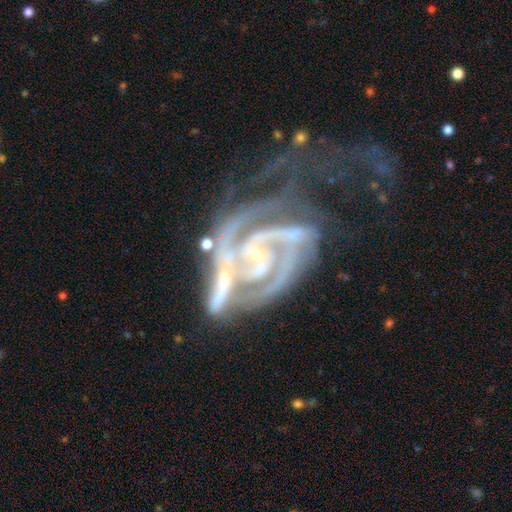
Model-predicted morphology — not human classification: smooth_or_featured: featured or disk (p=0.91) [alt: star or artifact p=0.05]
disk_edge_on: no (p=0.97) [alt: yes p=0.03]
bar: no (p=0.49) [alt: weak p=0.31]
has_spiral_arms: yes (p=0.97) [alt: no p=0.03]
spiral_winding: tight (p=0.54) [alt: medium p=0.36]
spiral_arm_count: 2 (p=0.53) [alt: 3 p=0.17]
bulge_size: small (p=0.75) [alt: moderate p=0.19]
merging: merger (p=0.36) [alt: major disturbance p=0.35]